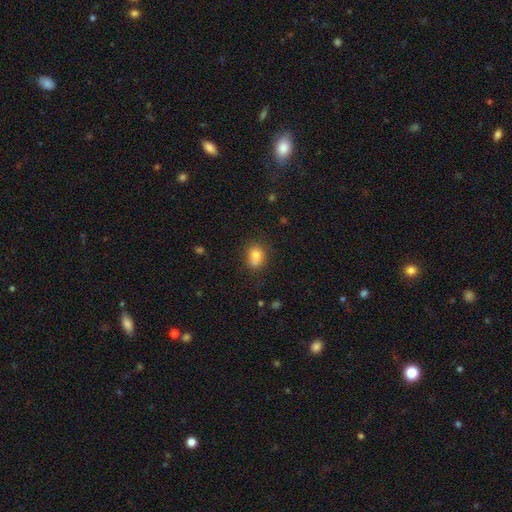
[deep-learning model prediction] The model was most divided on "how rounded": in between: 56%, round: 42%, cigar-shaped: 1%. More confident: smooth or featured — smooth (80%); merging — none (62%).